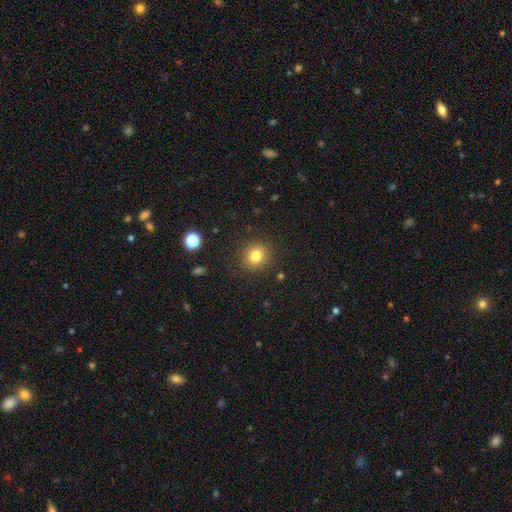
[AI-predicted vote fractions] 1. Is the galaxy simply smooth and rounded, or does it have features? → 81% smooth, 12% star or artifact, 7% featured or disk.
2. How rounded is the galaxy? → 80% round, 19% in between, 1% cigar-shaped.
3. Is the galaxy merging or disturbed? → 89% none, 7% minor disturbance, 3% major disturbance, 1% merger.